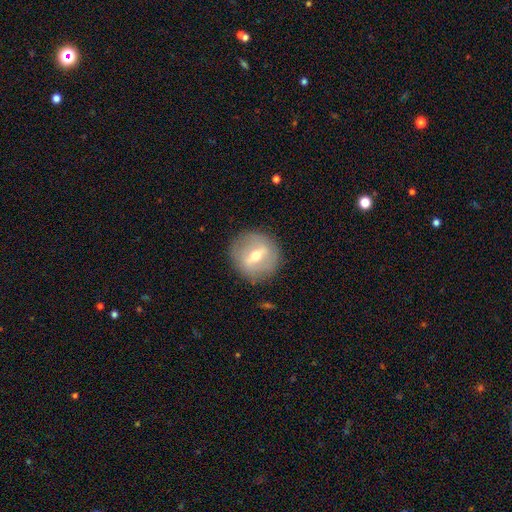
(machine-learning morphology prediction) Smooth or featured?
  - featured or disk: 67% *
  - smooth: 26%
  - star or artifact: 7%
Edge-on disk?
  - no: 80% *
  - yes: 20%
Bar?
  - strong: 57% *
  - weak: 33%
  - no: 9%
Spiral arms?
  - no: 78% *
  - yes: 22%
Bulge size?
  - moderate: 67% *
  - small: 27%
  - large: 4%
  - dominant: 1%
  - none: 1%
Merging?
  - none: 85% *
  - minor disturbance: 10%
  - major disturbance: 4%
  - merger: 1%